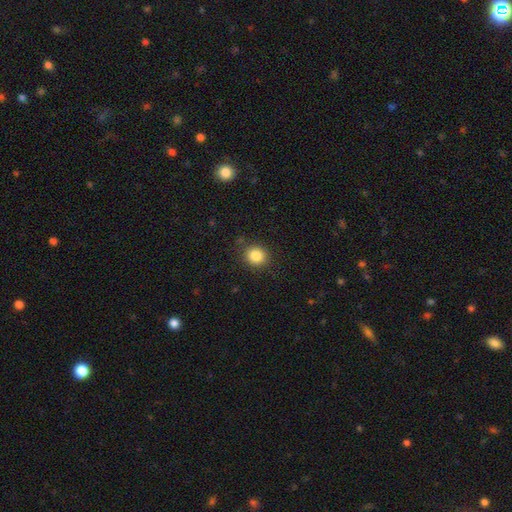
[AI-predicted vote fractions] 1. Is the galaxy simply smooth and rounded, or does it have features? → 85% smooth, 11% star or artifact, 5% featured or disk.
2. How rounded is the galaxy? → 85% round, 14% in between, 1% cigar-shaped.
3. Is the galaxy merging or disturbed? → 86% none, 9% minor disturbance, 3% major disturbance, 2% merger.